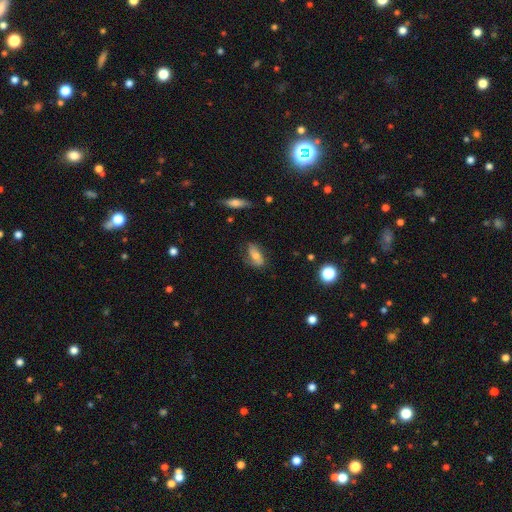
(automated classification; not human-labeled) Smooth or featured? Predicted: smooth (p=0.49). Merging? Predicted: none (p=0.65).